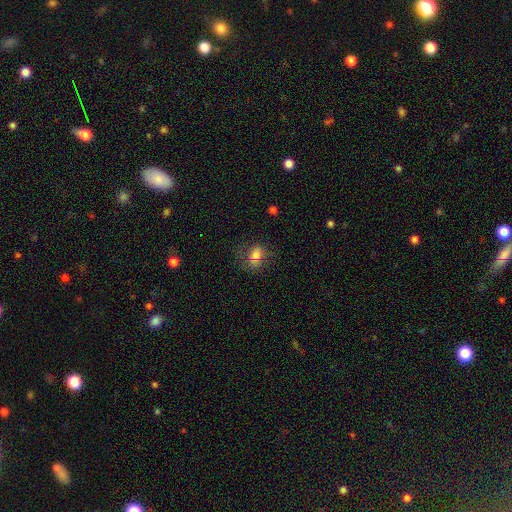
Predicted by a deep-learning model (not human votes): Smooth or featured? smooth (69%)
How rounded? in between (66%)
Merging? none (52%)